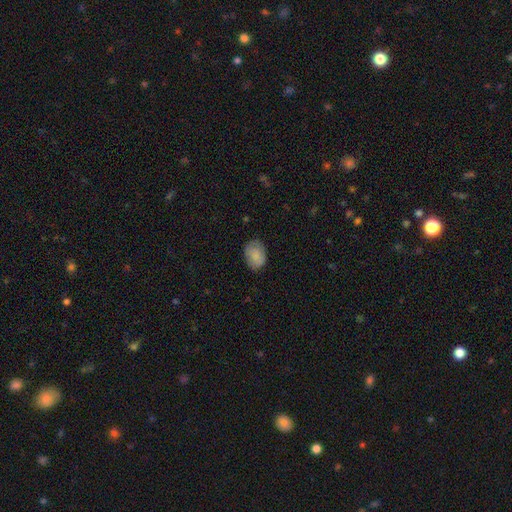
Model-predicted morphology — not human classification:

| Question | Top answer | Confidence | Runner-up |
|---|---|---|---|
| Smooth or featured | smooth | 77% | featured or disk (16%) |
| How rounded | in between | 71% | round (27%) |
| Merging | none | 78% | minor disturbance (17%) |